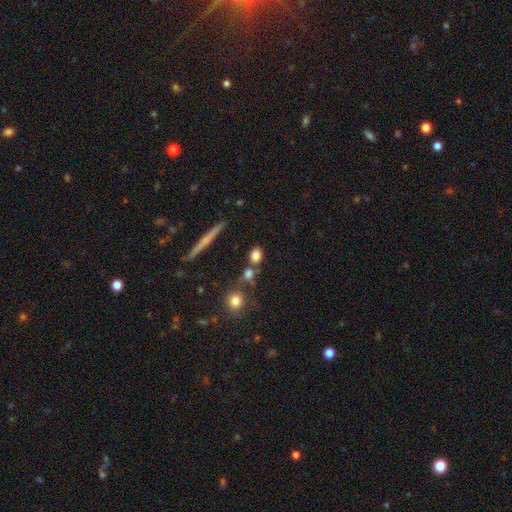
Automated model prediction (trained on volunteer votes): smooth 80%, star or artifact 10%, featured or disk 10%. Down the decision tree: how rounded — round (53%); merging — none (68%).